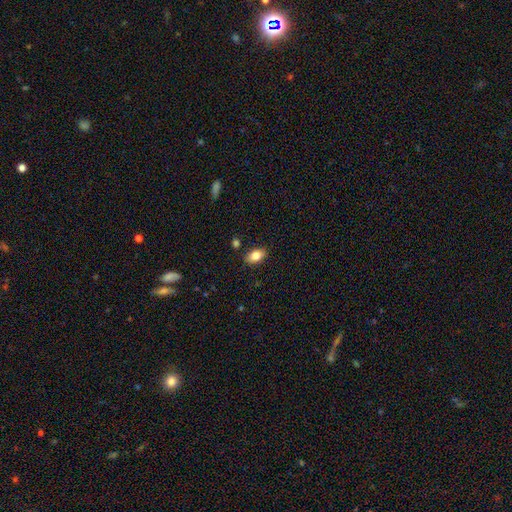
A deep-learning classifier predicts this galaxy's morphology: smooth 81%, featured or disk 11%, star or artifact 8%. Down the decision tree: how rounded — in between (90%); merging — none (85%).